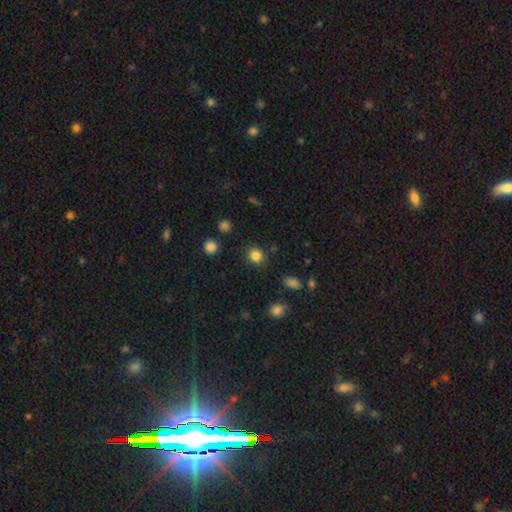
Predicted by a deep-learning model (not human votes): Morphology: type=smooth (84%); roundness=round (79%); merging=none (86%).